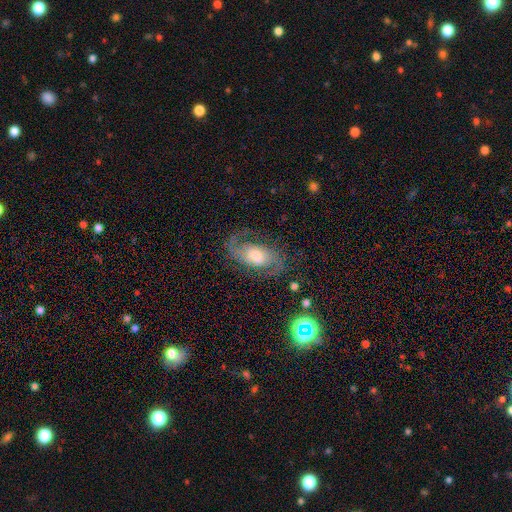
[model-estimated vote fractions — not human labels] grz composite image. It shows a featured or disk galaxy (81%) with no bar (55%), 2 (89%) medium (52%) spiral arms (95%) and a moderate central bulge (56%). Merging: none (73%).